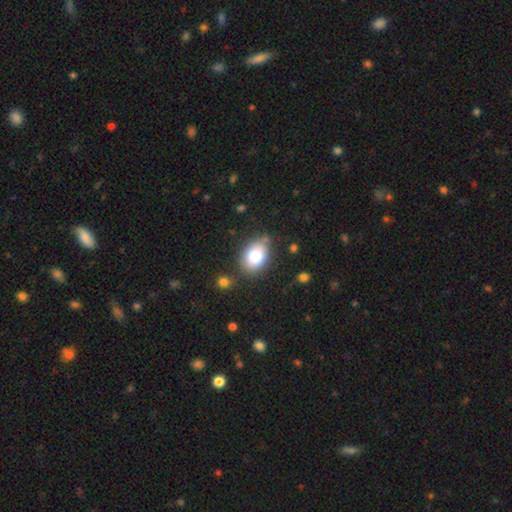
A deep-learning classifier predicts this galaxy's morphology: A smooth galaxy with no disk features (78%) that is in between round and cigar-shaped (72%).

Vote fractions:
- Smooth or featured? smooth: 78% / featured or disk: 12% / star or artifact: 9%
- How rounded? in between: 72% / round: 26% / cigar-shaped: 1%
- Merging? none: 78% / minor disturbance: 14% / merger: 4% / major disturbance: 4%